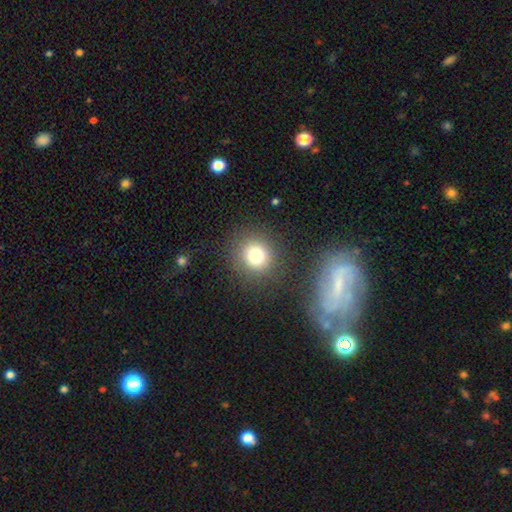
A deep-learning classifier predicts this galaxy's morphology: A smooth galaxy with no disk features (78%) that is round (90%). Merging: none (86%).